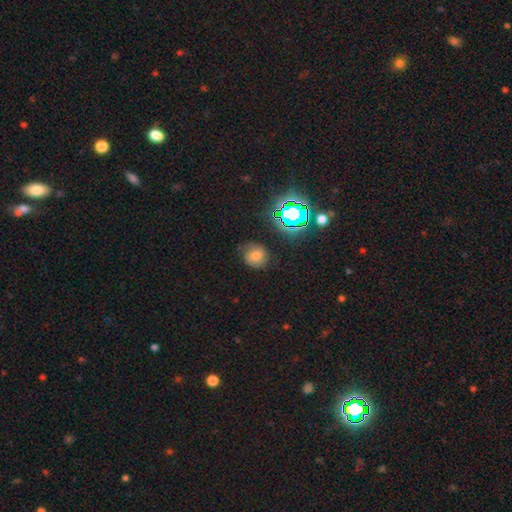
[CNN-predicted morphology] Overall: smooth (52%; star or artifact 25%). How rounded: round (83%). Merging: none (74%).